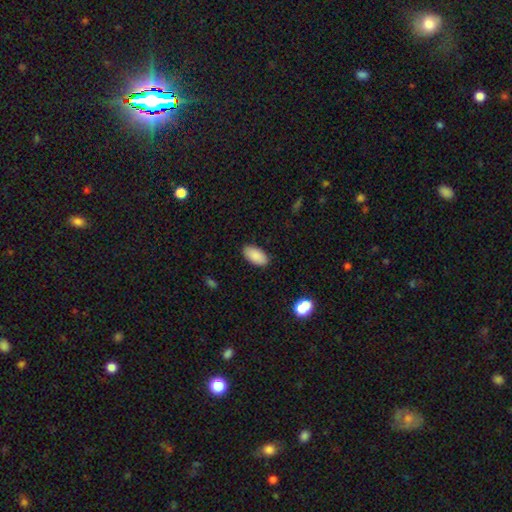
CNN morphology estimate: This is clearly a smooth galaxy (89%). How rounded: clearly in between (95%). Merging: clearly none (89%).